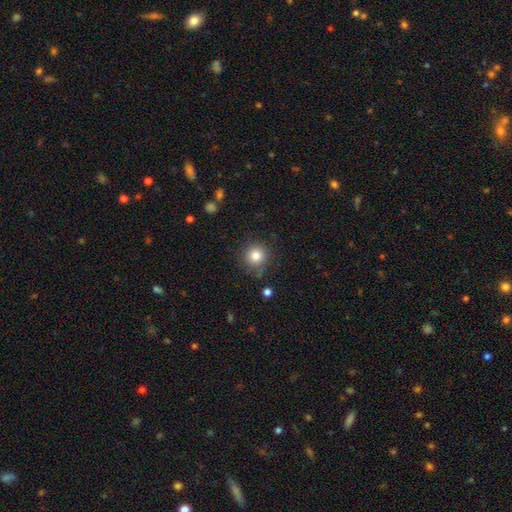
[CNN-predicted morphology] Q: Smooth or featured?
A: smooth (81%); runner-up: star or artifact (11%)
Q: How rounded?
A: round (93%); runner-up: in between (6%)
Q: Merging?
A: none (81%); runner-up: minor disturbance (13%)